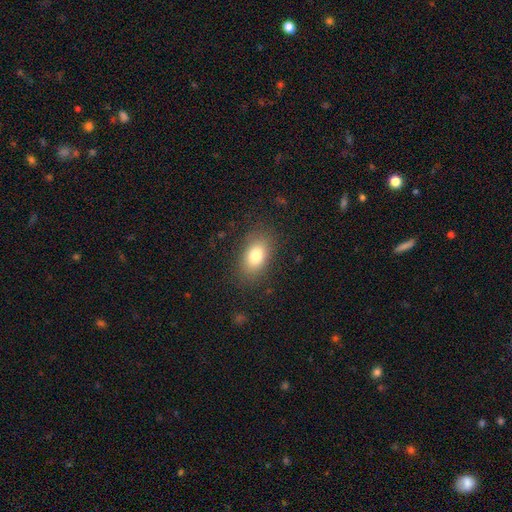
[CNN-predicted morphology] The model was most divided on "smooth or featured": smooth: 79%, featured or disk: 12%, star or artifact: 9%. More confident: how rounded — in between (87%); merging — none (83%).